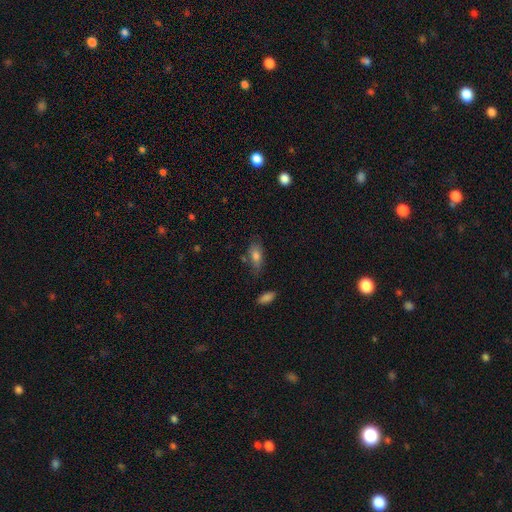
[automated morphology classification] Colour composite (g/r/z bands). It shows a smooth galaxy with no disk features (76%) that is in between round and cigar-shaped (83%). Merging: none (61%).